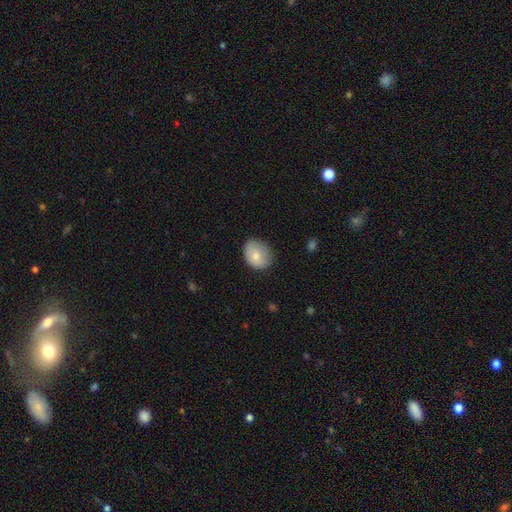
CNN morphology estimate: This appears to be a smooth galaxy with no disk features (79%) that is in between round and cigar-shaped (52%). Merging: none (71%).